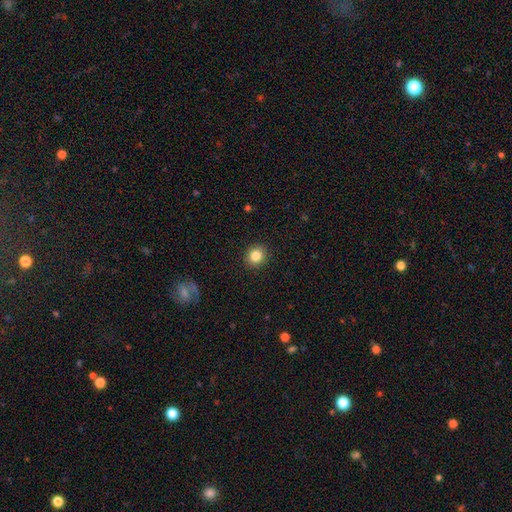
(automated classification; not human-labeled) The model was most divided on "smooth or featured": smooth: 84%, star or artifact: 10%, featured or disk: 6%. More confident: merging — none (91%); how rounded — round (89%).